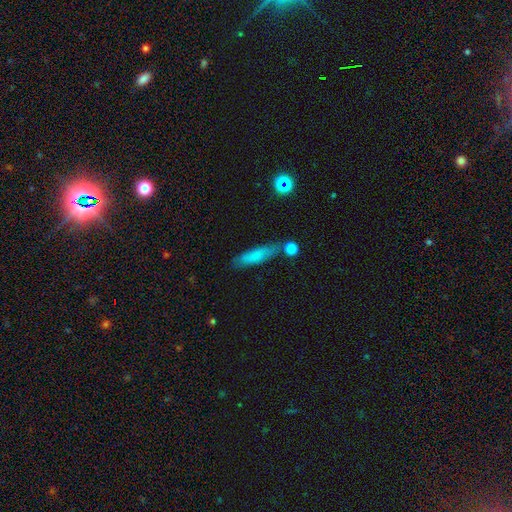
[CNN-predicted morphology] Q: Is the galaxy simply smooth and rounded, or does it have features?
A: smooth — 73%.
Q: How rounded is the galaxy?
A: cigar-shaped — 74%.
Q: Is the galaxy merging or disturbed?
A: none — 71%.